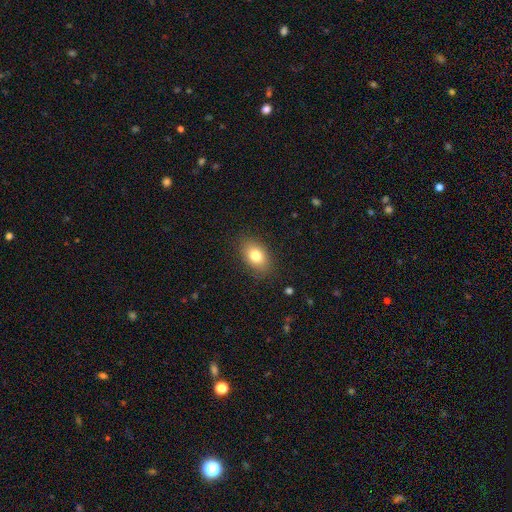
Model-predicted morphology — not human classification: Smooth or featured: smooth — 80% (featured or disk — 11%)
How rounded: in between — 82% (round — 16%)
Merging: none — 86% (minor disturbance — 10%)